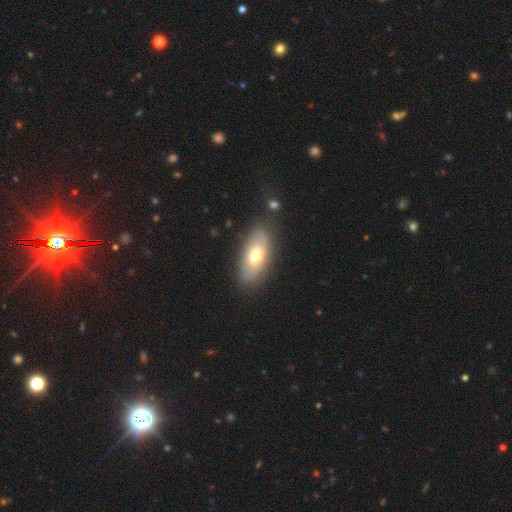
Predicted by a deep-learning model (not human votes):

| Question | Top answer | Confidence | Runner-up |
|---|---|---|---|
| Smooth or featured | smooth | 58% | featured or disk (36%) |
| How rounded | in between | 88% | cigar-shaped (9%) |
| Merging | none | 80% | minor disturbance (14%) |